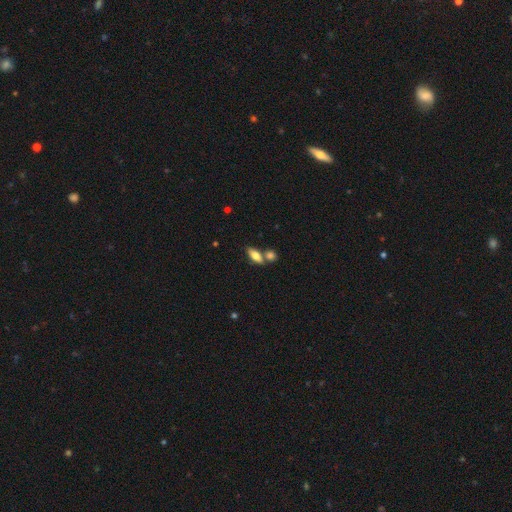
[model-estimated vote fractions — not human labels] The model was most divided on "merging": none: 55%, merger: 30%, minor disturbance: 11%, major disturbance: 4%. More confident: how rounded — in between (75%); smooth or featured — smooth (69%).